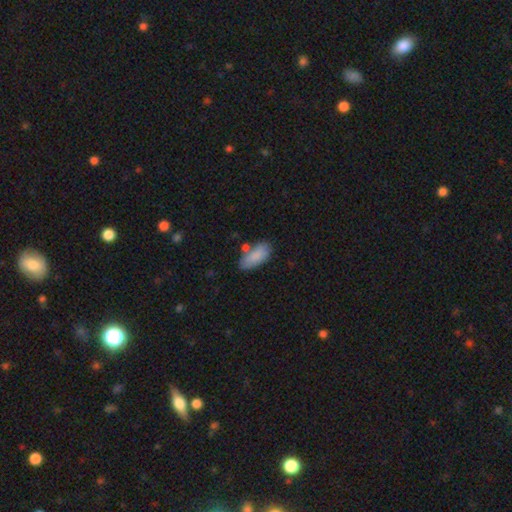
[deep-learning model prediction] Smooth or featured?
  - smooth: 85% *
  - featured or disk: 9%
  - star or artifact: 6%
How rounded?
  - in between: 87% *
  - cigar-shaped: 11%
  - round: 2%
Merging?
  - none: 61% *
  - minor disturbance: 19%
  - merger: 15%
  - major disturbance: 5%